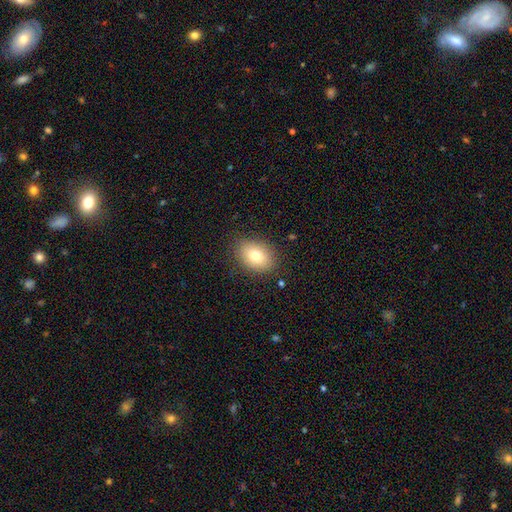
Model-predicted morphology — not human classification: A smooth galaxy with no disk features (78%) that is in between round and cigar-shaped (74%).

Vote fractions:
- Smooth or featured? smooth: 78% / featured or disk: 13% / star or artifact: 9%
- How rounded? in between: 74% / round: 25% / cigar-shaped: 1%
- Merging? none: 85% / minor disturbance: 11% / major disturbance: 3% / merger: 1%